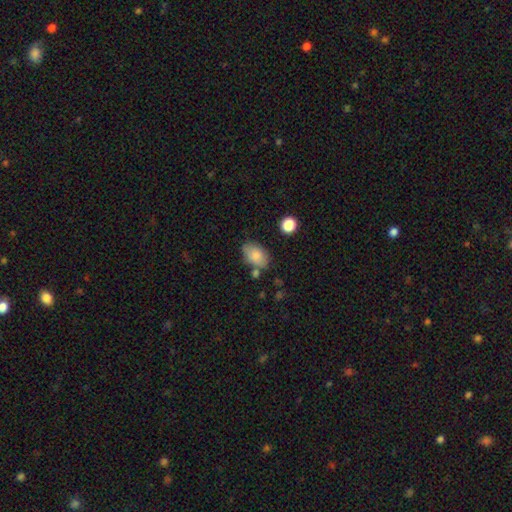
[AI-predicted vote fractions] smooth-or-featured: smooth: 81% | featured or disk: 11% | star or artifact: 8%
  how-rounded: in between: 89% | round: 10% | cigar-shaped: 1%
  merging: none: 67% | minor disturbance: 20% | merger: 8% | major disturbance: 5%